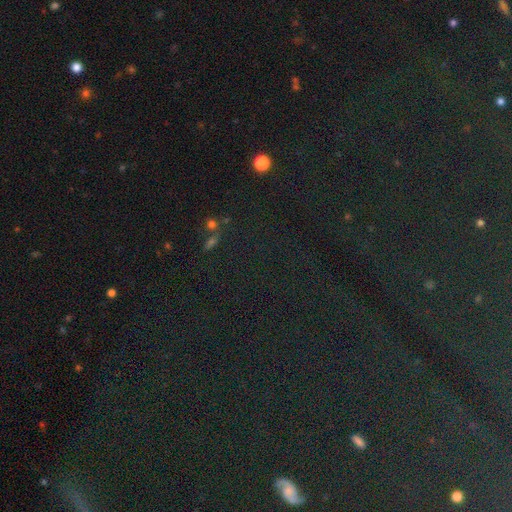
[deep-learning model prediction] Smooth or featured? Predicted: star or artifact (p=0.81).